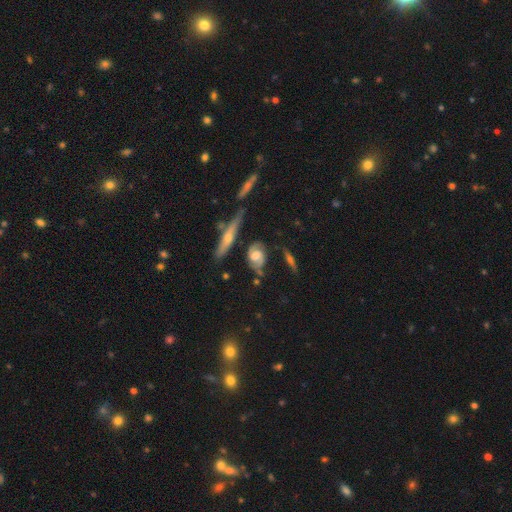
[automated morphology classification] type=featured or disk (65%); edge-on=no (81%); bar=no (58%); spiral arms=yes (86%); bulge=moderate (50%); merging=none (61%).